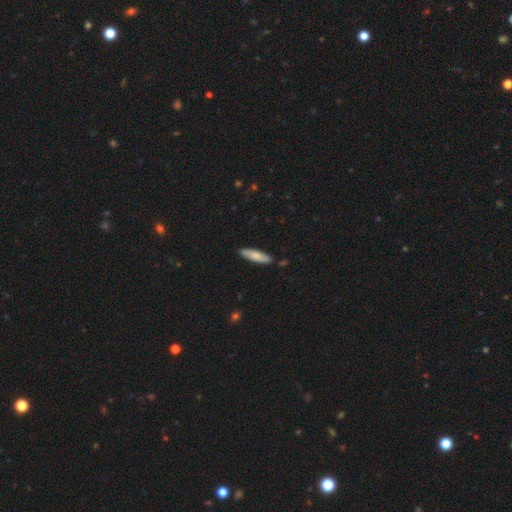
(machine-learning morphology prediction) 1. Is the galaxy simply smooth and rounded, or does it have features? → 77% smooth, 17% featured or disk, 5% star or artifact.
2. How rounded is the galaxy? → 72% cigar-shaped, 27% in between, 1% round.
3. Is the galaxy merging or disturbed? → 86% none, 11% minor disturbance, 2% merger, 2% major disturbance.